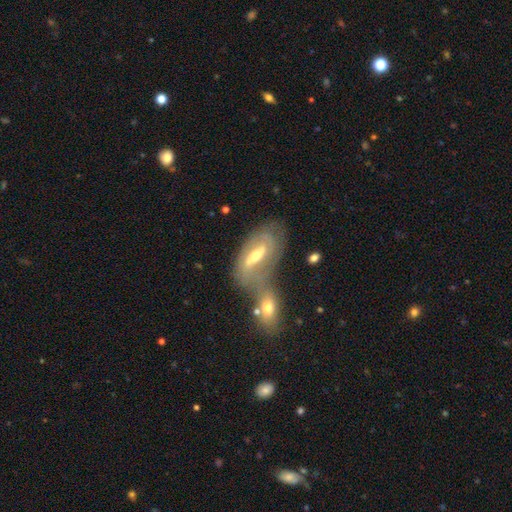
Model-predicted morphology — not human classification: This appears to be a featured or disk galaxy (64%) with a strong bar (40%), spiral arms (60%) and a moderate central bulge (63%). Merging: merger (51%).